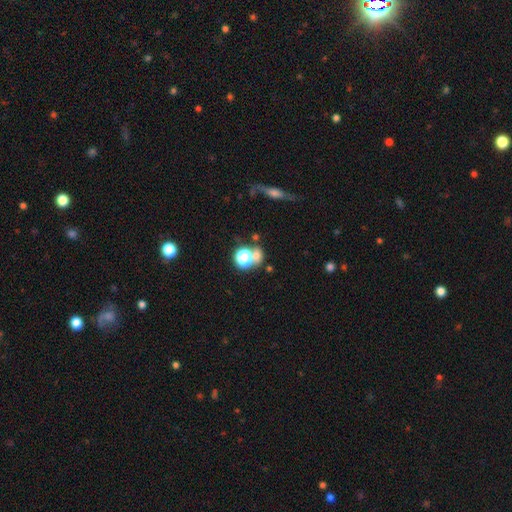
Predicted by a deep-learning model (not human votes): smooth_or_featured: smooth (p=0.60) [alt: star or artifact p=0.30]
how_rounded: round (p=0.72) [alt: in between p=0.25]
merging: none (p=0.56) [alt: merger p=0.30]